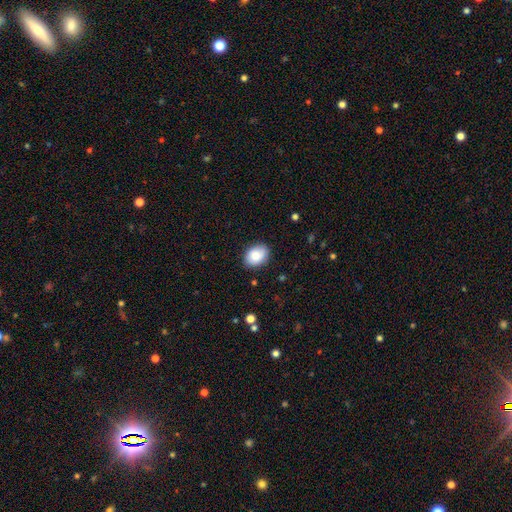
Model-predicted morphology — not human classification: Smooth or featured? smooth (84%)
How rounded? in between (74%)
Merging? none (84%)